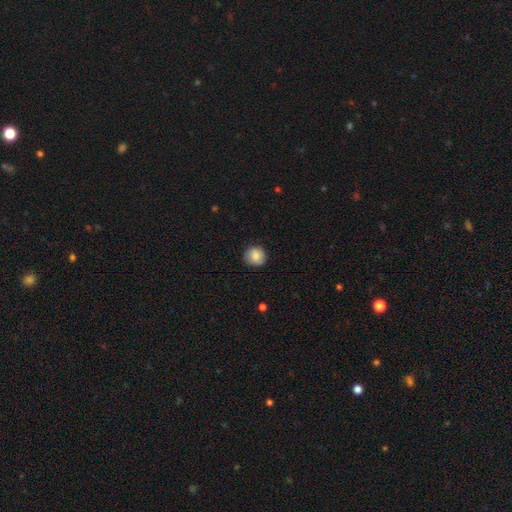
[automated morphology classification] The model was most divided on "merging": none: 84%, minor disturbance: 12%, major disturbance: 2%, merger: 1%. More confident: how rounded — round (89%); smooth or featured — smooth (83%).